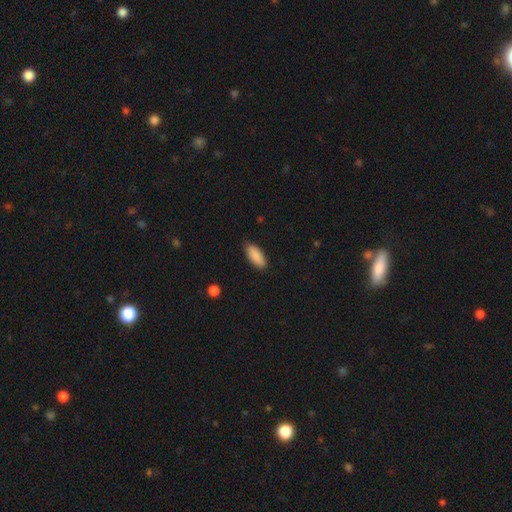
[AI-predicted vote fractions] This appears to be a smooth galaxy with no disk features (90%) that is in between round and cigar-shaped (80%). Merging: none (86%).